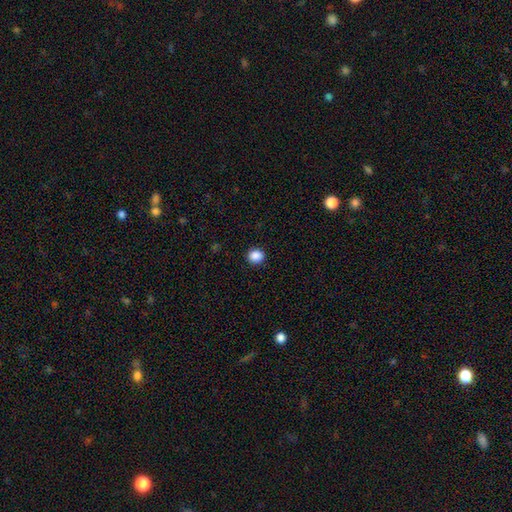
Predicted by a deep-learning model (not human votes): Morphology: type=smooth (88%); roundness=round (82%); merging=none (91%).